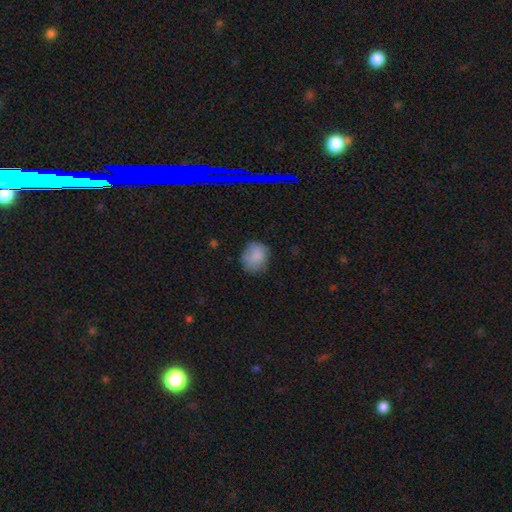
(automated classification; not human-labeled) A smooth galaxy with no disk features (82%) that is round (67%). Merging: none (72%).